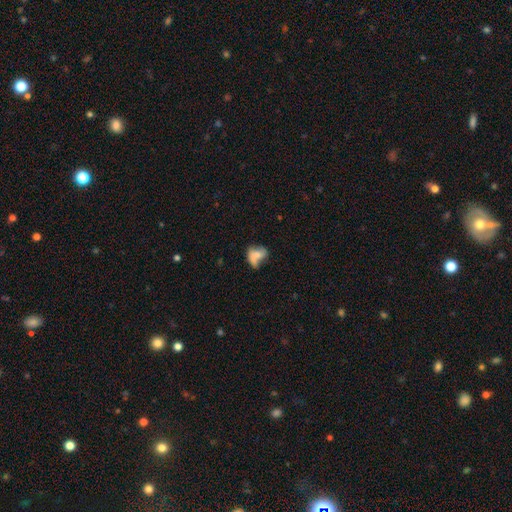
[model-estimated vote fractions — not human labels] A smooth galaxy with no disk features (57%) that is in between round and cigar-shaped (68%).

Vote fractions:
- Smooth or featured? smooth: 57% / featured or disk: 32% / star or artifact: 11%
- How rounded? in between: 68% / round: 30% / cigar-shaped: 2%
- Merging? none: 27% / major disturbance: 25% / merger: 24% / minor disturbance: 24%